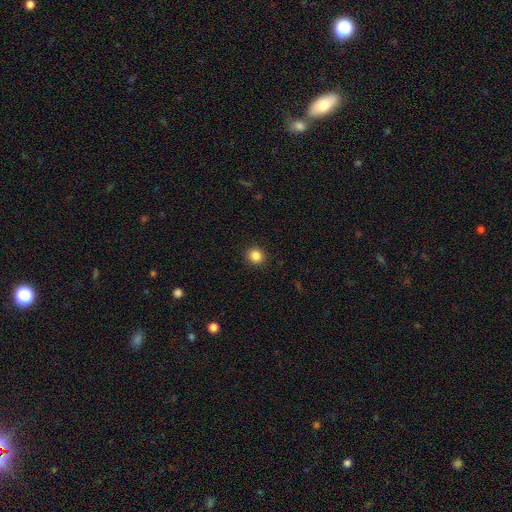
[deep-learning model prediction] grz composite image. It shows a smooth galaxy with no disk features (85%) that is round (91%). Merging: none (92%).